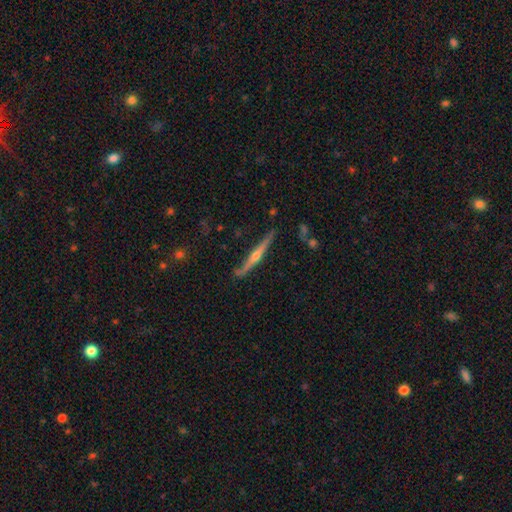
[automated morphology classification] Smooth or featured? Predicted: featured or disk (p=0.81). Edge-on disk? Predicted: yes (p=0.98). Edge-on bulge? Predicted: rounded (p=0.91). Merging? Predicted: none (p=0.85).